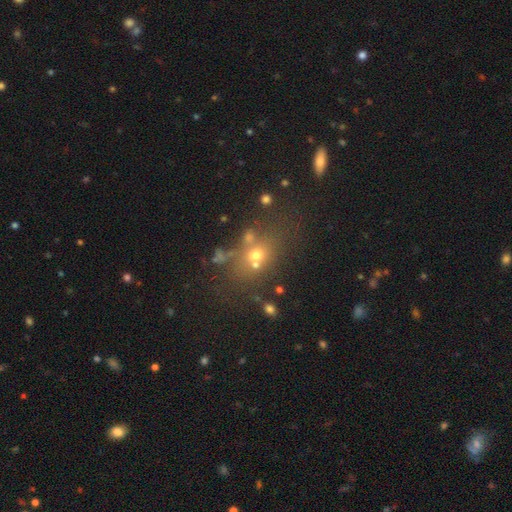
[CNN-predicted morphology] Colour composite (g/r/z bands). It shows a smooth galaxy with no disk features (53%) that is round (55%). Merging: none (49%).